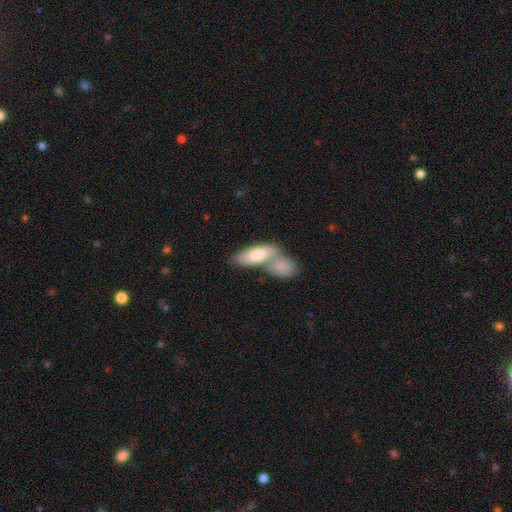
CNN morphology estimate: Smooth or featured? Predicted: smooth (p=0.78). How rounded? Predicted: in between (p=0.74). Merging? Predicted: merger (p=0.60).